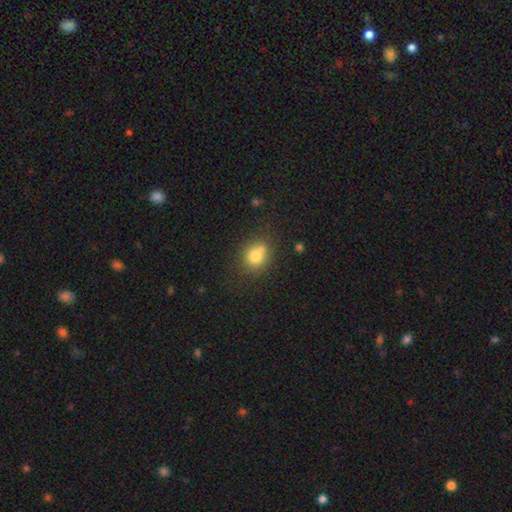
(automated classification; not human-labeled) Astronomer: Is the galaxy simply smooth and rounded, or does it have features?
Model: smooth — 75%.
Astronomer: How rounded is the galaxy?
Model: round — 75%.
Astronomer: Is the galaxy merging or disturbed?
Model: none — 55%.